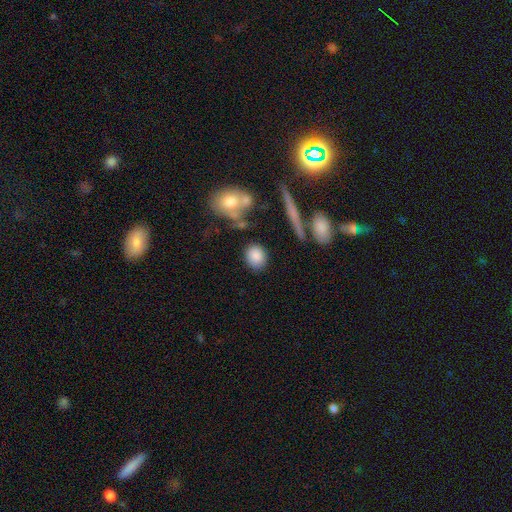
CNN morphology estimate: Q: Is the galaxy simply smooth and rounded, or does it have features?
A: smooth — 85%.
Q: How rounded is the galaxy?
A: round — 66%.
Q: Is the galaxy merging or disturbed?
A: none — 80%.